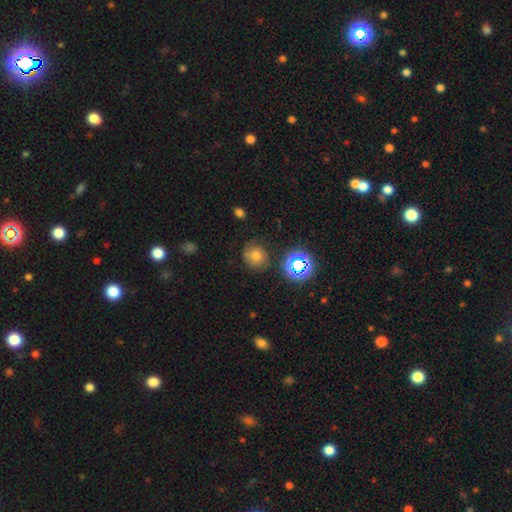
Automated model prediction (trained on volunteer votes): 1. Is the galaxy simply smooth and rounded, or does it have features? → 57% smooth, 23% star or artifact, 20% featured or disk.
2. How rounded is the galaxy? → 84% round, 15% in between, 1% cigar-shaped.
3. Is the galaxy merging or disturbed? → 74% none, 17% minor disturbance, 6% major disturbance, 3% merger.